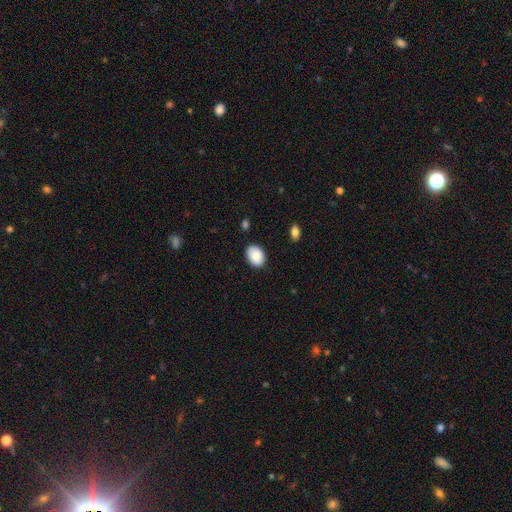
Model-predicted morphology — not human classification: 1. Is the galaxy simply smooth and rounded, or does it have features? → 88% smooth, 6% star or artifact, 6% featured or disk.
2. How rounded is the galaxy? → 79% in between, 20% round, 1% cigar-shaped.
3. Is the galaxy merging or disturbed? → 84% none, 13% minor disturbance, 2% major disturbance, 1% merger.